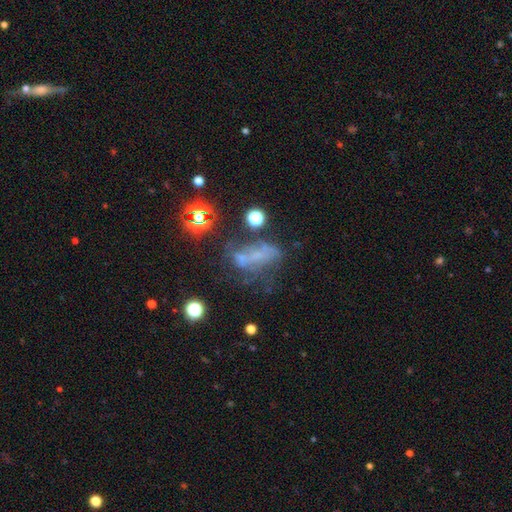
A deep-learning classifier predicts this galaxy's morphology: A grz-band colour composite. It shows a featured or disk galaxy (40%). Merging: none (34%).